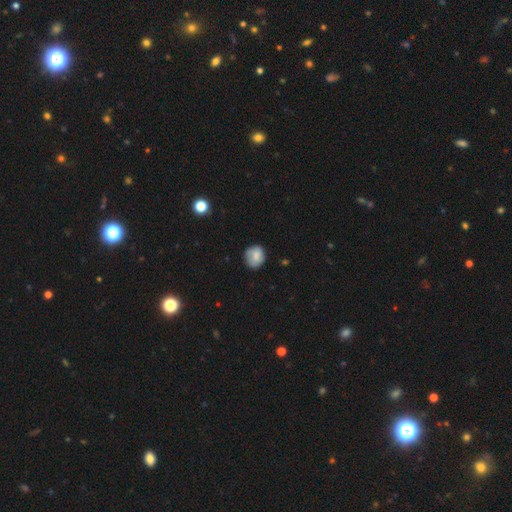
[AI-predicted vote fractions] smooth-or-featured: smooth: 78% | featured or disk: 14% | star or artifact: 8%
  how-rounded: round: 79% | in between: 20% | cigar-shaped: 1%
  merging: none: 76% | minor disturbance: 19% | major disturbance: 4% | merger: 1%